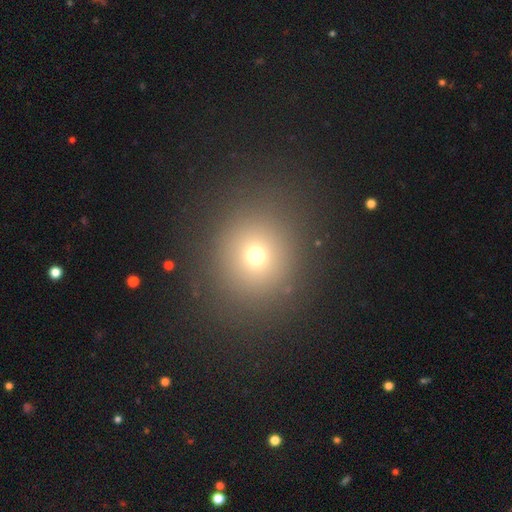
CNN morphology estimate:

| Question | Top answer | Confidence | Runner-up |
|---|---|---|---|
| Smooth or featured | smooth | 68% | star or artifact (22%) |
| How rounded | round | 86% | in between (13%) |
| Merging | none | 86% | minor disturbance (7%) |